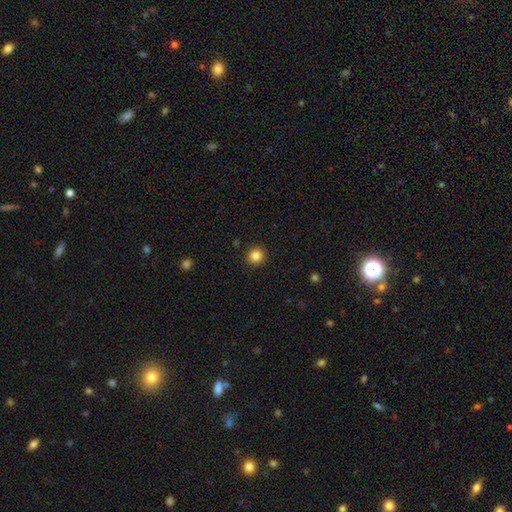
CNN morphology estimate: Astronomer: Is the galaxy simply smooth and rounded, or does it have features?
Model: smooth — 85%.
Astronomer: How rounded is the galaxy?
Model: round — 92%.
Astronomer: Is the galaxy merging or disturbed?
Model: none — 92%.